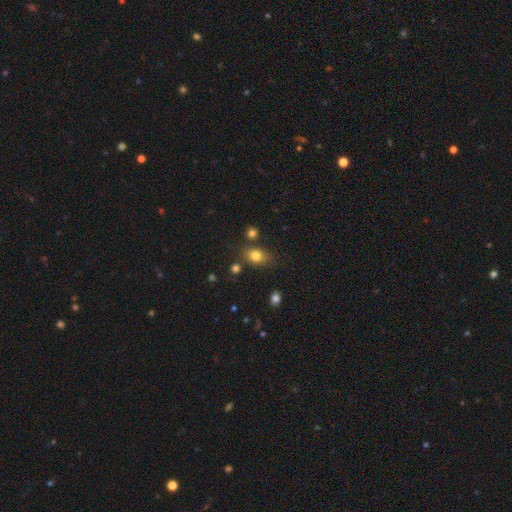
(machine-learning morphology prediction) A smooth galaxy with no disk features (80%) that is in between round and cigar-shaped (64%). Merging: none (71%).